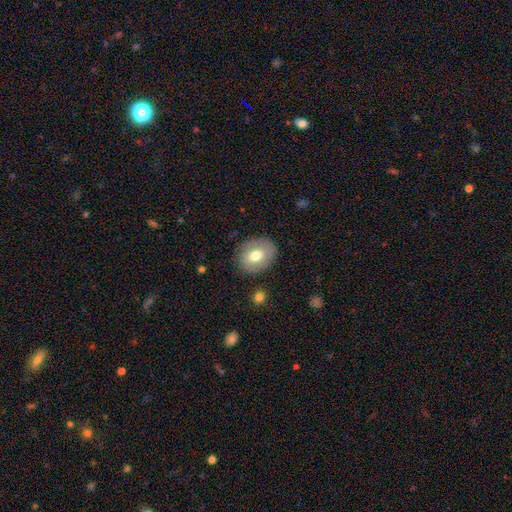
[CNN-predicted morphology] This appears to be a smooth galaxy with no disk features (66%) that is in between round and cigar-shaped (50%). Merging: none (84%).